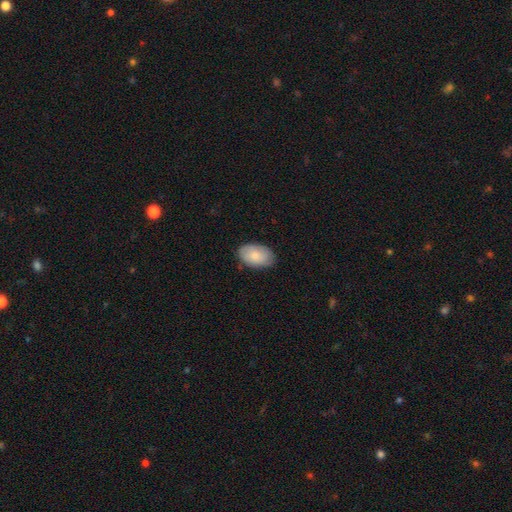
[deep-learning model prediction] smooth-or-featured: smooth: 81% | featured or disk: 13% | star or artifact: 6%
  how-rounded: in between: 92% | round: 7% | cigar-shaped: 1%
  merging: none: 81% | minor disturbance: 16% | major disturbance: 3% | merger: 1%